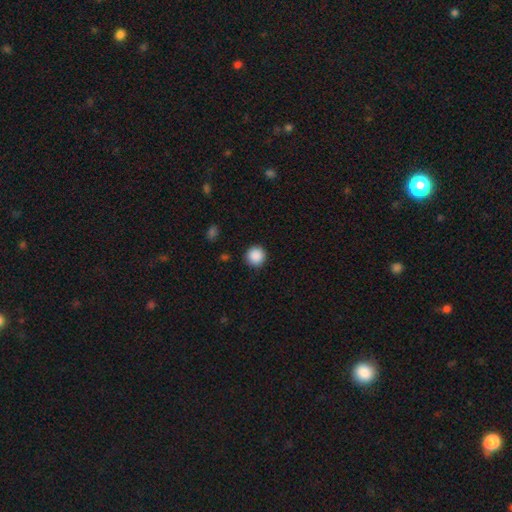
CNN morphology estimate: This appears to be a smooth galaxy with no disk features (89%) that is round (95%). Merging: none (91%).